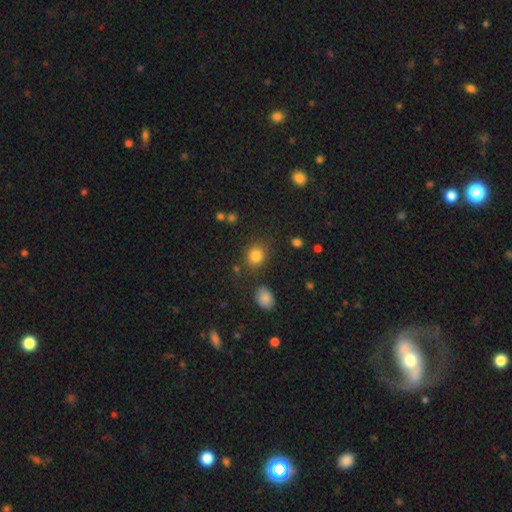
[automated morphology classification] Overall: smooth (83%). How rounded: round (73%). Merging: none (79%).